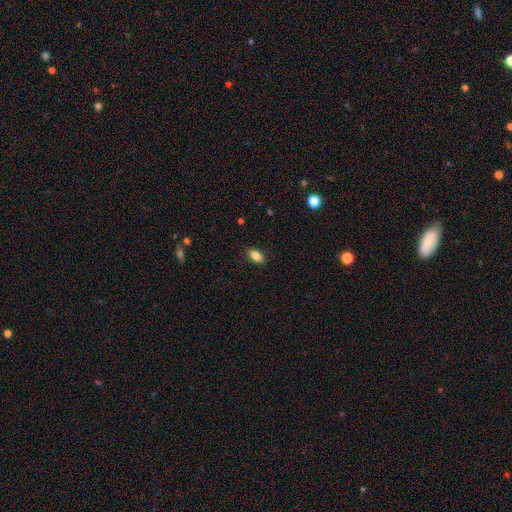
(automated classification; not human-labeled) Overall: smooth (84%). How rounded: in between (88%). Merging: none (88%).